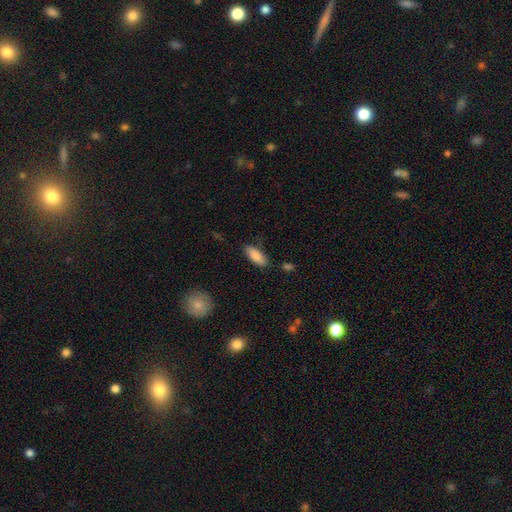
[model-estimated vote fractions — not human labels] smooth_or_featured: smooth (p=0.86) [alt: featured or disk p=0.07]
how_rounded: in between (p=0.78) [alt: cigar-shaped p=0.21]
merging: none (p=0.81) [alt: minor disturbance p=0.14]